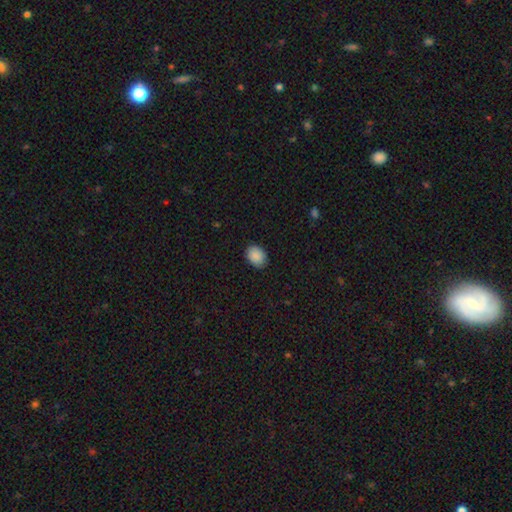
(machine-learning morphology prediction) A smooth galaxy with no disk features (89%) that is in between round and cigar-shaped (66%).

Vote fractions:
- Smooth or featured? smooth: 89% / star or artifact: 7% / featured or disk: 4%
- How rounded? in between: 66% / round: 33% / cigar-shaped: 1%
- Merging? none: 85% / minor disturbance: 12% / major disturbance: 2% / merger: 1%